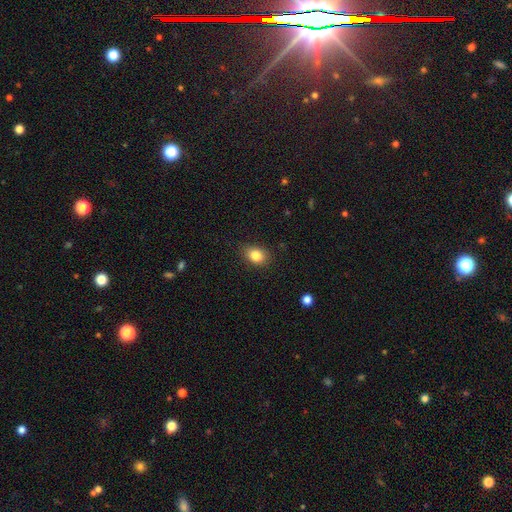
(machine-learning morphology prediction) The model was most divided on "how rounded": in between: 68%, round: 31%, cigar-shaped: 1%. More confident: merging — none (85%); smooth or featured — smooth (83%).